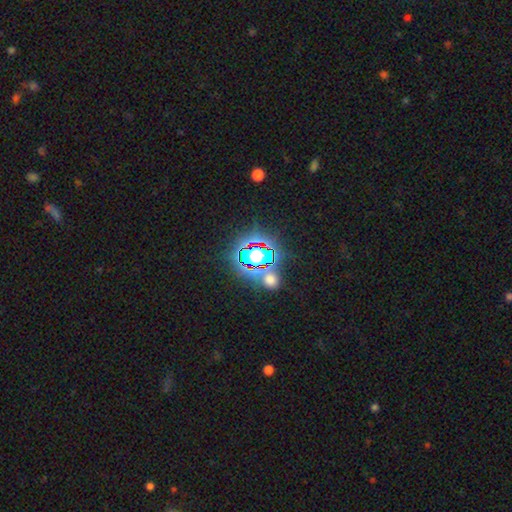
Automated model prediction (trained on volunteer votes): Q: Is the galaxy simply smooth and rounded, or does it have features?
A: star or artifact — 69%.